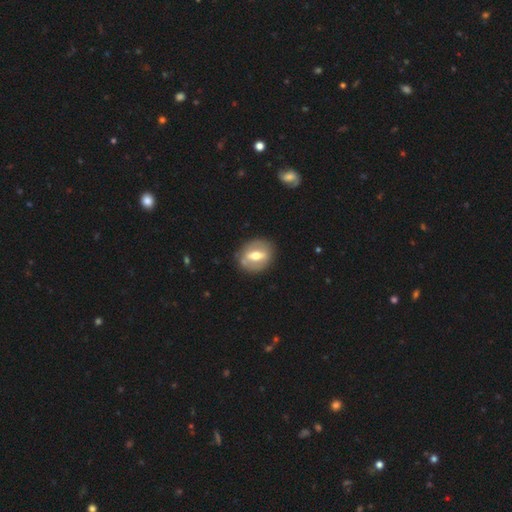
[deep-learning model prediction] Smooth or featured?
  - featured or disk: 59% *
  - smooth: 35%
  - star or artifact: 6%
Edge-on disk?
  - no: 81% *
  - yes: 19%
Merging?
  - none: 83% *
  - minor disturbance: 12%
  - major disturbance: 4%
  - merger: 2%